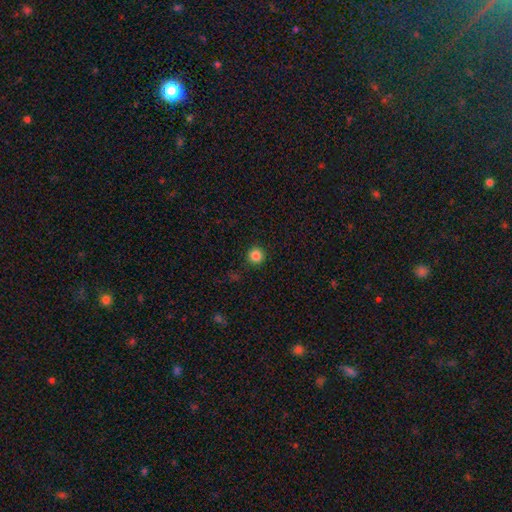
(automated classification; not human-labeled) smooth 85%, star or artifact 12%, featured or disk 3%. Down the decision tree: how rounded — round (95%); merging — none (91%).